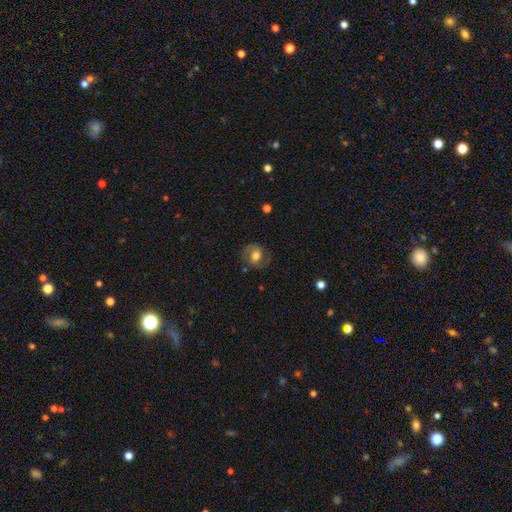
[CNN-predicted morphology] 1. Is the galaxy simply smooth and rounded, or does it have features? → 47% featured or disk, 44% smooth, 9% star or artifact.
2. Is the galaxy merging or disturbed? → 69% none, 18% minor disturbance, 11% major disturbance, 2% merger.